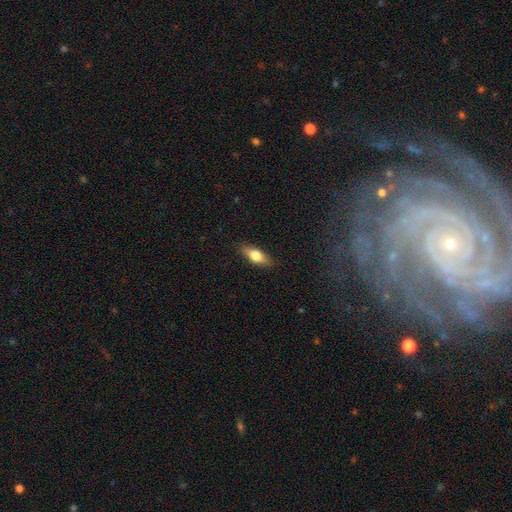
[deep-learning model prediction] A smooth galaxy with no disk features (72%) that is in between round and cigar-shaped (69%). Merging: none (85%).